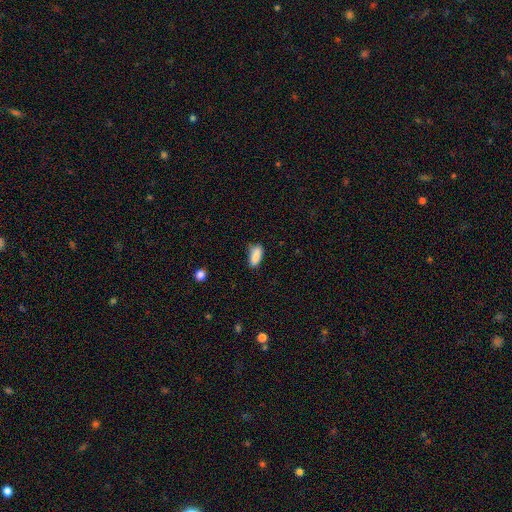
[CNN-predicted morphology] smooth_or_featured: smooth (p=0.87) [alt: star or artifact p=0.08]
how_rounded: in between (p=0.86) [alt: cigar-shaped p=0.12]
merging: none (p=0.65) [alt: minor disturbance p=0.27]